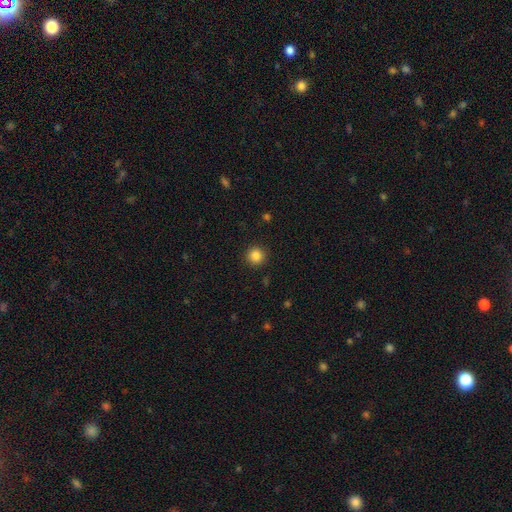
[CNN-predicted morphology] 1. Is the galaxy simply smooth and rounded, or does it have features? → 85% smooth, 11% star or artifact, 4% featured or disk.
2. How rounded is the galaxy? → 94% round, 5% in between, 1% cigar-shaped.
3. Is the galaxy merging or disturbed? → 91% none, 6% minor disturbance, 2% major disturbance, 1% merger.